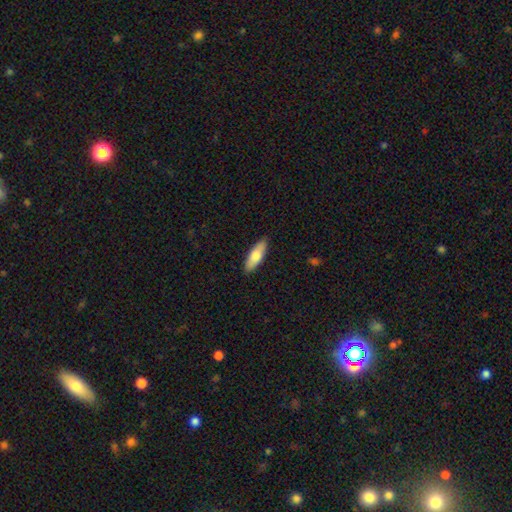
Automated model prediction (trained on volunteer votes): A smooth galaxy with no disk features (72%) that is in between round and cigar-shaped (57%).

Vote fractions:
- Smooth or featured? smooth: 72% / featured or disk: 23% / star or artifact: 5%
- How rounded? in between: 57% / cigar-shaped: 41% / round: 2%
- Merging? none: 89% / minor disturbance: 8% / major disturbance: 2% / merger: 1%